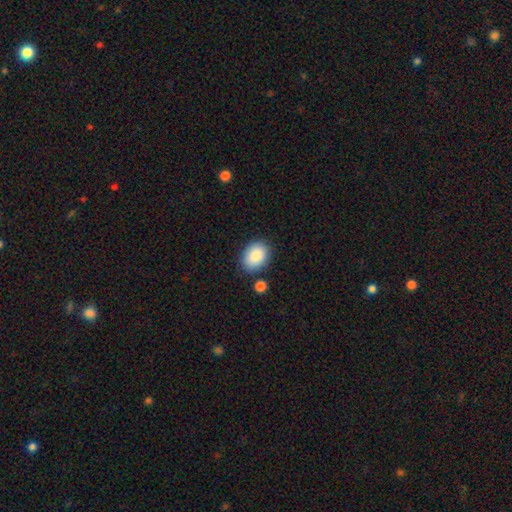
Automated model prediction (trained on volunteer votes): Smooth or featured?
  - smooth: 88% *
  - star or artifact: 7%
  - featured or disk: 5%
How rounded?
  - in between: 74% *
  - round: 25%
  - cigar-shaped: 1%
Merging?
  - none: 80% *
  - minor disturbance: 12%
  - merger: 5%
  - major disturbance: 3%